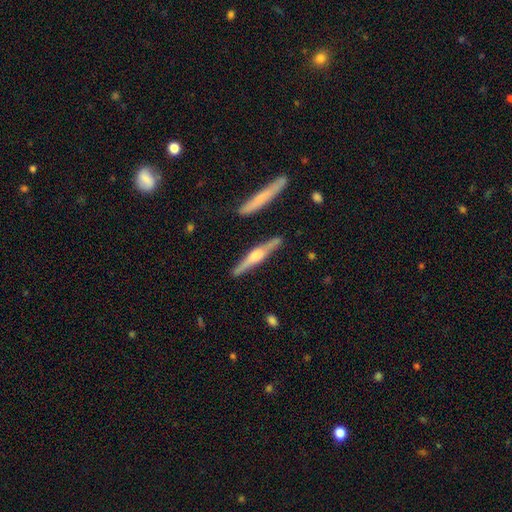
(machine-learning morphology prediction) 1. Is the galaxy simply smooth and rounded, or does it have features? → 72% featured or disk, 23% smooth, 5% star or artifact.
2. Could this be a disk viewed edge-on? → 97% yes, 3% no.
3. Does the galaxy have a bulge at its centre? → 74% rounded, 21% boxy, 6% none.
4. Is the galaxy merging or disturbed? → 86% none, 9% minor disturbance, 3% merger, 2% major disturbance.